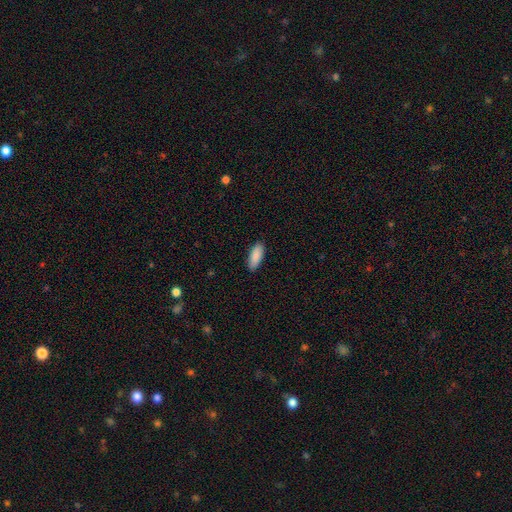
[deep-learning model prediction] The model was most divided on "how rounded": in between: 75%, cigar-shaped: 23%, round: 2%. More confident: smooth or featured — smooth (90%); merging — none (89%).